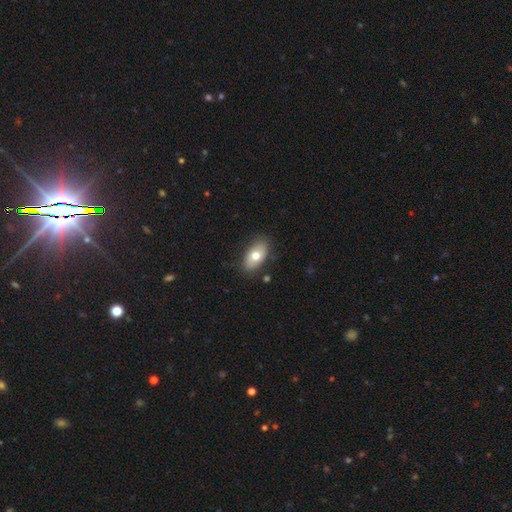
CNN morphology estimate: Smooth or featured: smooth — 70% (featured or disk — 23%)
How rounded: in between — 92% (round — 5%)
Merging: none — 83% (minor disturbance — 13%)